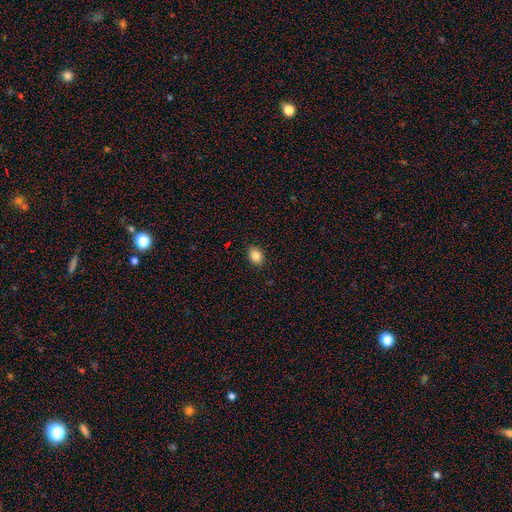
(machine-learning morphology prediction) A smooth galaxy with no disk features (85%) that is in between round and cigar-shaped (71%).

Vote fractions:
- Smooth or featured? smooth: 85% / star or artifact: 9% / featured or disk: 6%
- How rounded? in between: 71% / round: 27% / cigar-shaped: 1%
- Merging? none: 88% / minor disturbance: 9% / major disturbance: 2% / merger: 1%